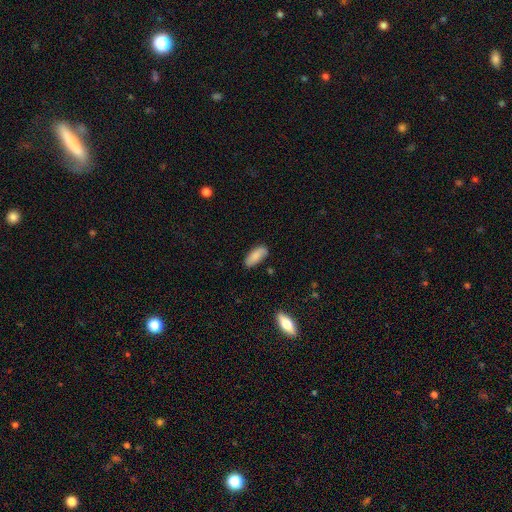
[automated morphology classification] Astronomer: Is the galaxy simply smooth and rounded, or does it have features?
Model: smooth — 84%.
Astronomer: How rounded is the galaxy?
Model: in between — 83%.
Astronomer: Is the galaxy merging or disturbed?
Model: none — 80%.